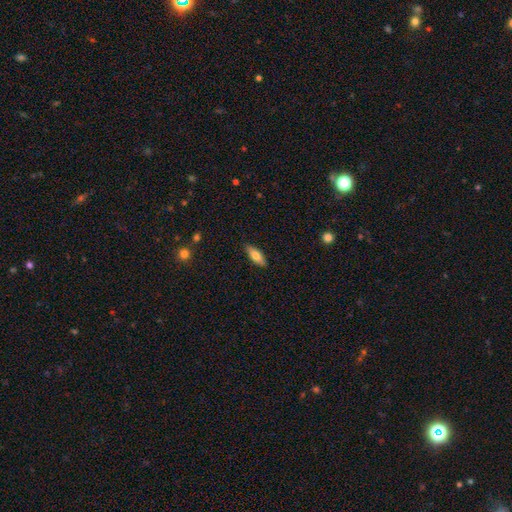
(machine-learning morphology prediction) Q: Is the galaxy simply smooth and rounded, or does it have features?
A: smooth — 72%.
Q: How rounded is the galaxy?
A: in between — 68%.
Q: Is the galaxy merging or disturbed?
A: none — 86%.